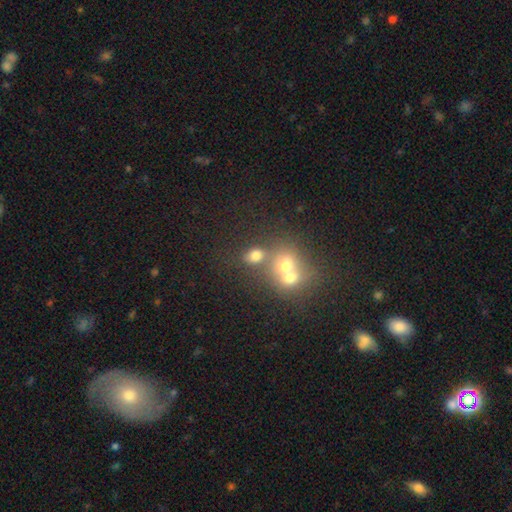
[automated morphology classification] Smooth or featured? smooth (71%)
How rounded? round (49%, tied with in between)
Merging? none (47%)